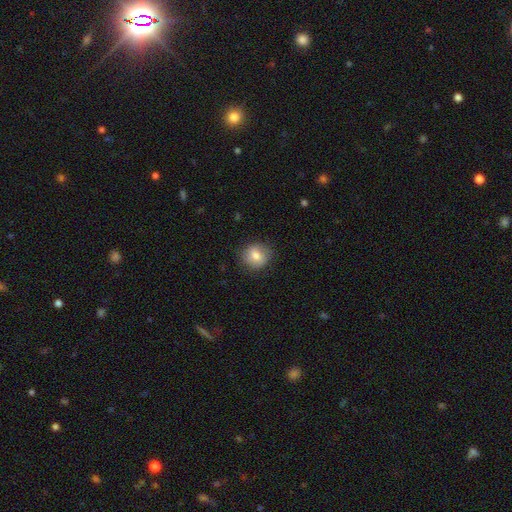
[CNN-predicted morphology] Q: Smooth or featured?
A: smooth (78%); runner-up: featured or disk (14%)
Q: How rounded?
A: round (83%); runner-up: in between (16%)
Q: Merging?
A: none (83%); runner-up: minor disturbance (12%)